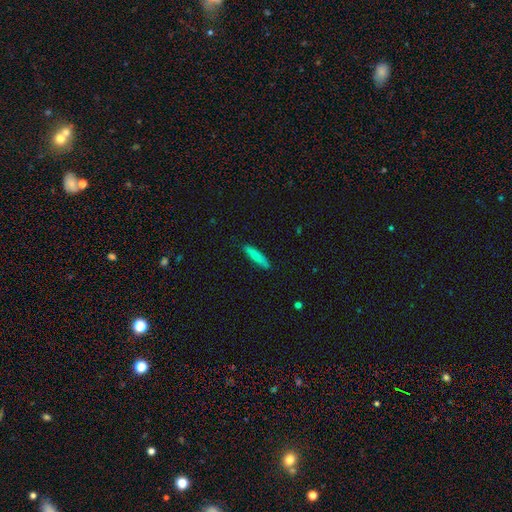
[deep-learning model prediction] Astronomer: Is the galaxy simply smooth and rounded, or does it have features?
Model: smooth — 78%.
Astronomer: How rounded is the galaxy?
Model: cigar-shaped — 86%.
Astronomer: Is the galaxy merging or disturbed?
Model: none — 87%.